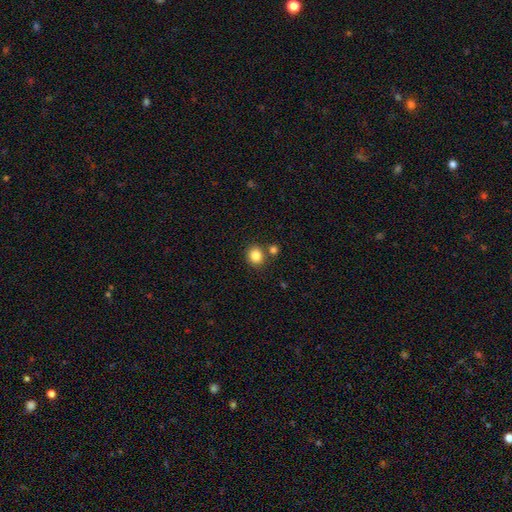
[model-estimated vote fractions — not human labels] Smooth or featured? Predicted: smooth (p=0.84). How rounded? Predicted: round (p=0.76). Merging? Predicted: none (p=0.78).